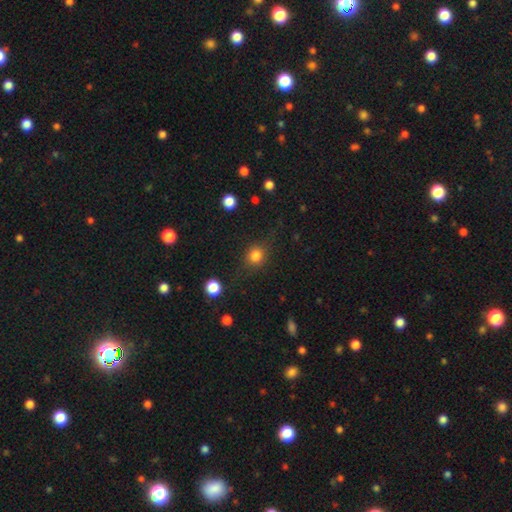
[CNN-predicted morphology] Overall: smooth (81%). How rounded: round (78%). Merging: none (78%).